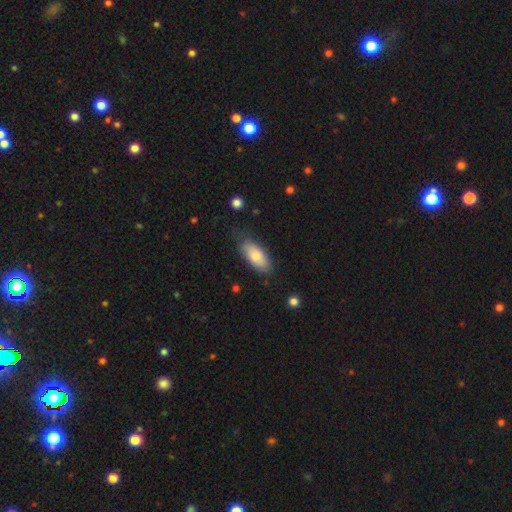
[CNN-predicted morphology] The model was most divided on "merging": none: 73%, minor disturbance: 20%, major disturbance: 5%, merger: 2%. More confident: how rounded — in between (86%); smooth or featured — smooth (78%).